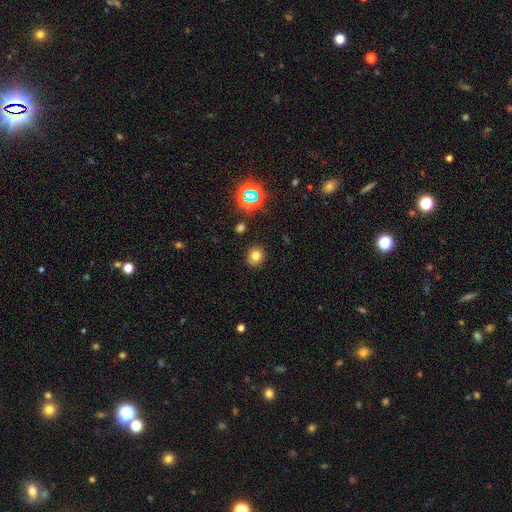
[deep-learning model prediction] Smooth or featured?
  - smooth: 72% *
  - star or artifact: 19%
  - featured or disk: 9%
How rounded?
  - round: 81% *
  - in between: 18%
  - cigar-shaped: 1%
Merging?
  - none: 81% *
  - minor disturbance: 13%
  - major disturbance: 3%
  - merger: 2%